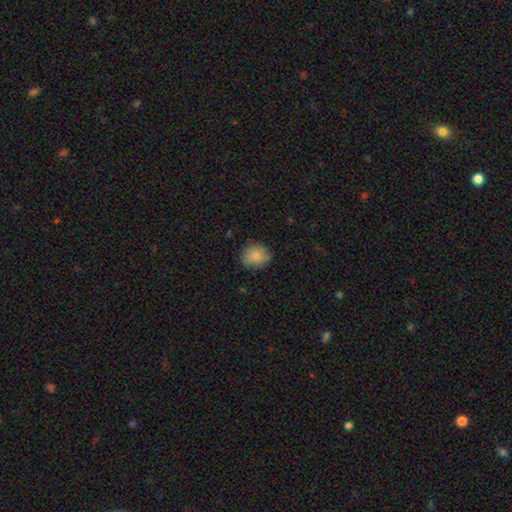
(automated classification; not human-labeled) The model was most divided on "how rounded": round: 67%, in between: 32%, cigar-shaped: 1%. More confident: smooth or featured — smooth (84%); merging — none (76%).